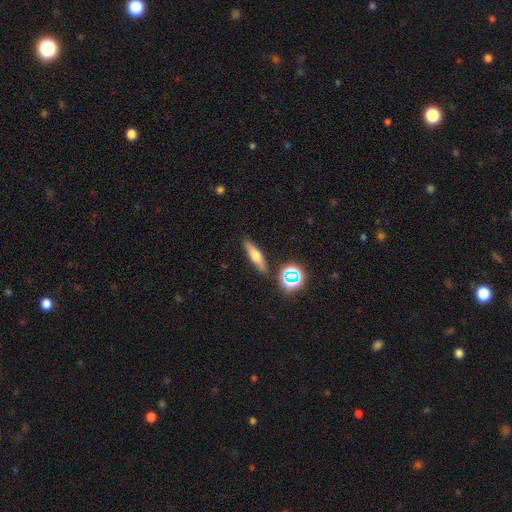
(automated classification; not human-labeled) This is possibly a smooth galaxy (51%). How rounded: likely cigar-shaped (65%). Merging: clearly none (85%).